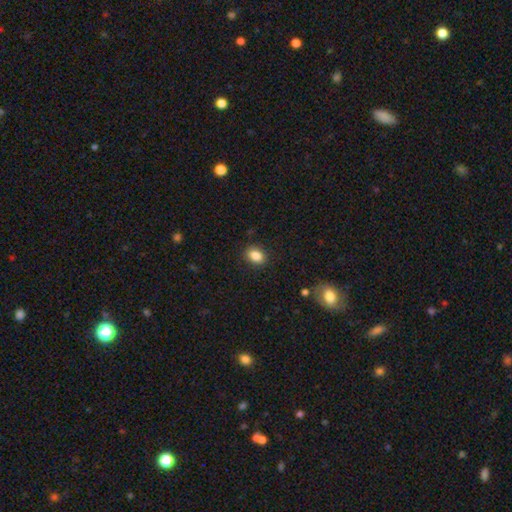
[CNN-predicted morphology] Smooth or featured?
  - smooth: 86% *
  - star or artifact: 9%
  - featured or disk: 5%
How rounded?
  - in between: 73% *
  - round: 26%
  - cigar-shaped: 1%
Merging?
  - none: 88% *
  - minor disturbance: 9%
  - major disturbance: 2%
  - merger: 1%